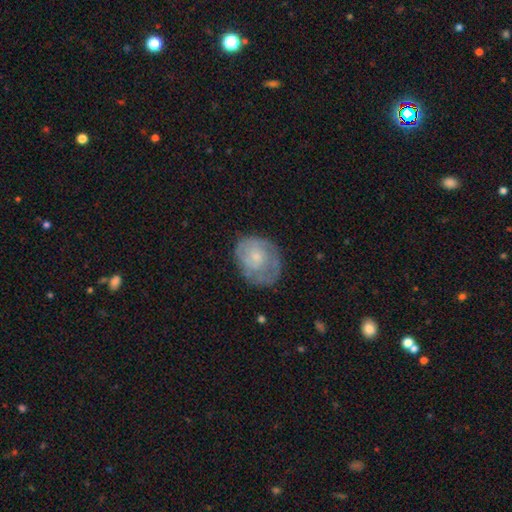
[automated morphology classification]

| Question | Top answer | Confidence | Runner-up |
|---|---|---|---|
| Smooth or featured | featured or disk | 55% | smooth (38%) |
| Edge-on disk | no | 97% | yes (3%) |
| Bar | no | 80% | weak (18%) |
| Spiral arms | yes | 69% | no (31%) |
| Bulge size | small | 60% | moderate (29%) |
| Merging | none | 58% | minor disturbance (26%) |